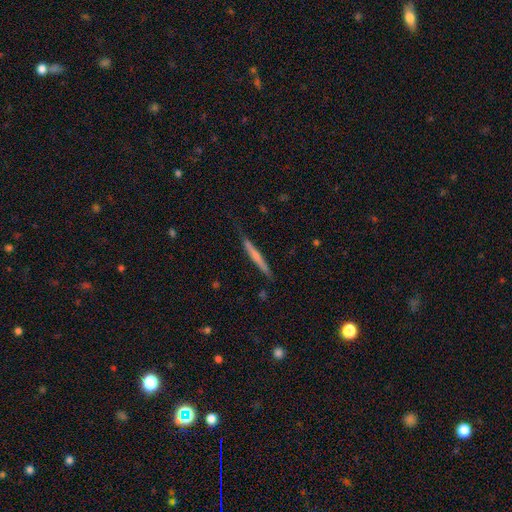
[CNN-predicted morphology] This appears to be a smooth galaxy with no disk features (51%) that is cigar-shaped (96%). Merging: none (78%).